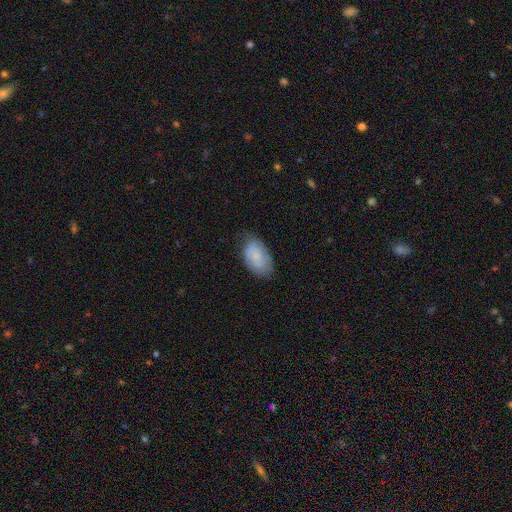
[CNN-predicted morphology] A smooth galaxy with no disk features (56%) that is in between round and cigar-shaped (93%).

Vote fractions:
- Smooth or featured? smooth: 56% / featured or disk: 37% / star or artifact: 7%
- How rounded? in between: 93% / round: 5% / cigar-shaped: 2%
- Merging? none: 71% / minor disturbance: 23% / major disturbance: 5% / merger: 1%